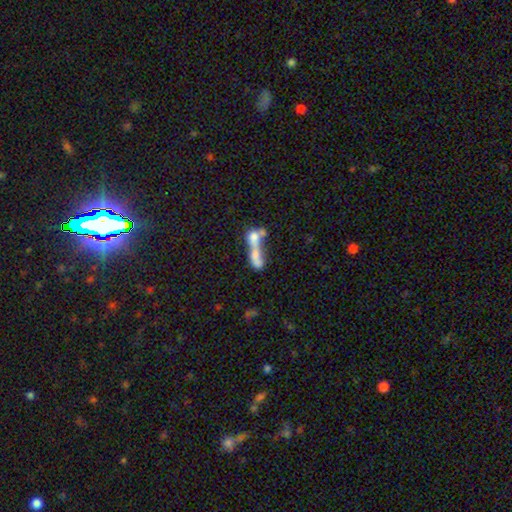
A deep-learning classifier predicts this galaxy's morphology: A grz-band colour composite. It shows a smooth galaxy with no disk features (56%) that is in between round and cigar-shaped (48%). Merging: merger (72%).